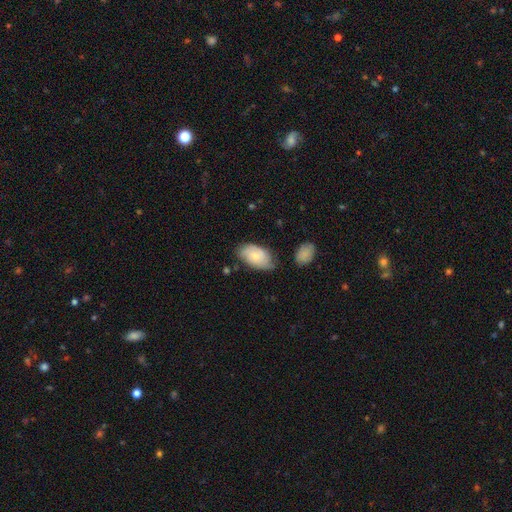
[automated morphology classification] A smooth galaxy with no disk features (57%) that is in between round and cigar-shaped (93%). Merging: none (62%).